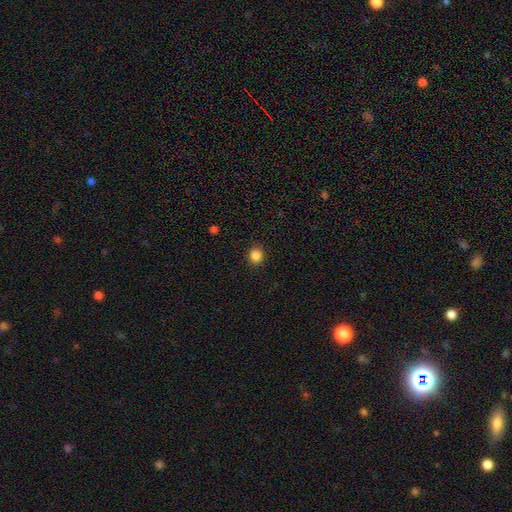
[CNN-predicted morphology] Smooth or featured: smooth — 85% (star or artifact — 11%)
How rounded: round — 85% (in between — 14%)
Merging: none — 91% (minor disturbance — 6%)